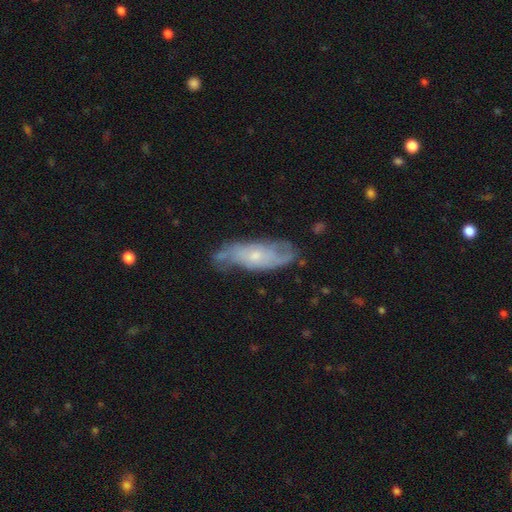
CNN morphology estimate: Smooth or featured? Predicted: featured or disk (p=0.65). Edge-on disk? Predicted: no (p=0.82). Bar? Predicted: no (p=0.74). Spiral arms? Predicted: yes (p=0.78). Bulge size? Predicted: small (p=0.60). Merging? Predicted: none (p=0.62).